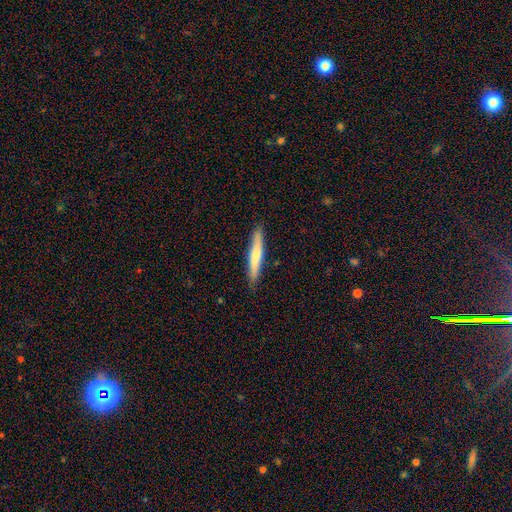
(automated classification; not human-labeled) A smooth galaxy with no disk features (65%) that is cigar-shaped (94%). Merging: none (87%).